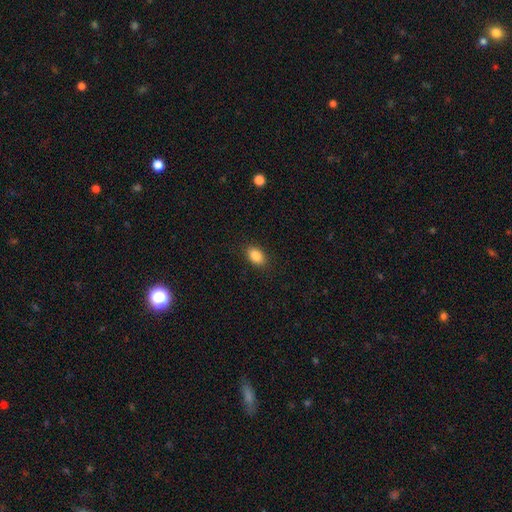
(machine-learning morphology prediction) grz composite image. It shows a smooth galaxy with no disk features (87%) that is in between round and cigar-shaped (88%). Merging: none (88%).